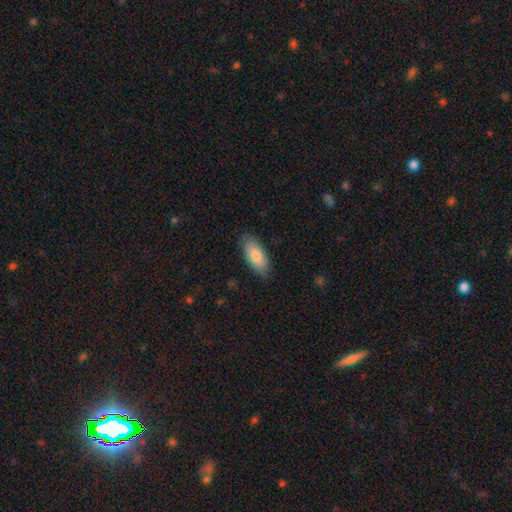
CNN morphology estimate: This is clearly a smooth galaxy (83%). How rounded: clearly in between (86%). Merging: clearly none (83%).